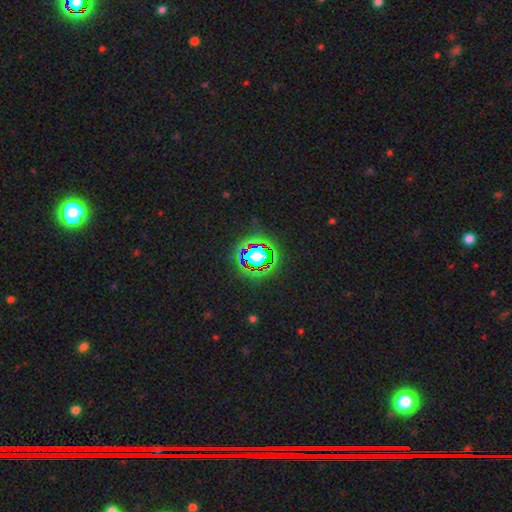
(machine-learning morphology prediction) smooth_or_featured: star or artifact (p=0.80) [alt: smooth p=0.13]